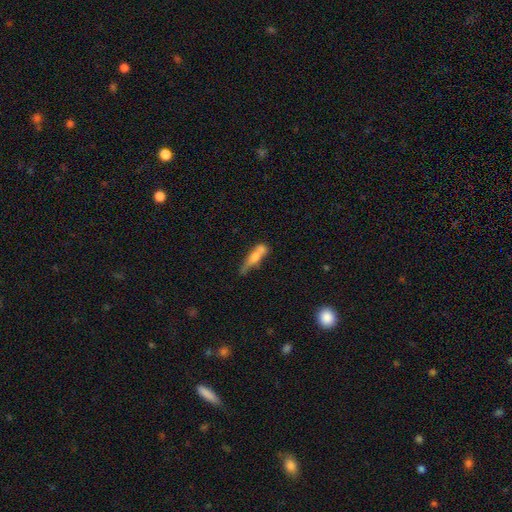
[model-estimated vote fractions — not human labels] Smooth or featured: smooth — 55% (featured or disk — 36%)
How rounded: cigar-shaped — 64% (in between — 32%)
Merging: none — 35% (merger — 30%)